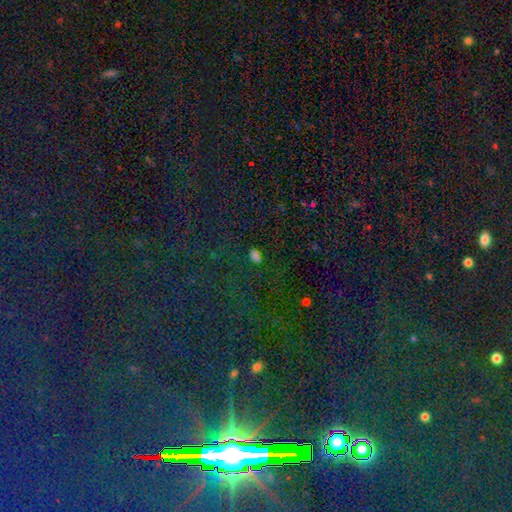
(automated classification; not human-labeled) Overall: smooth (63%; star or artifact 32%). How rounded: in between (89%). Merging: none (77%).